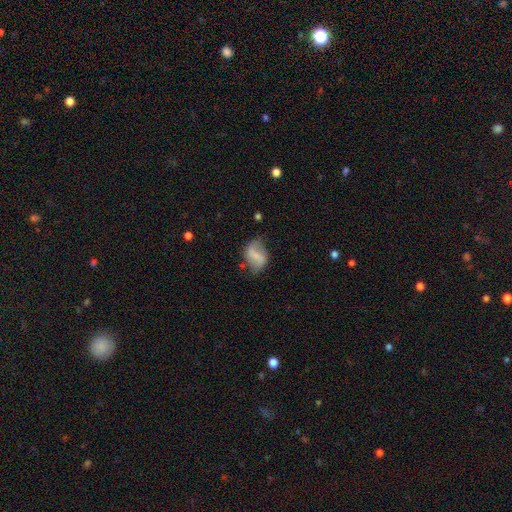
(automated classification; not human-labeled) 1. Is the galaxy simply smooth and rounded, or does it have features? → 50% featured or disk, 41% smooth, 8% star or artifact.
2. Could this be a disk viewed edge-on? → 95% no, 5% yes.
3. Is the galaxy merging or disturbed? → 60% none, 26% minor disturbance, 11% major disturbance, 3% merger.